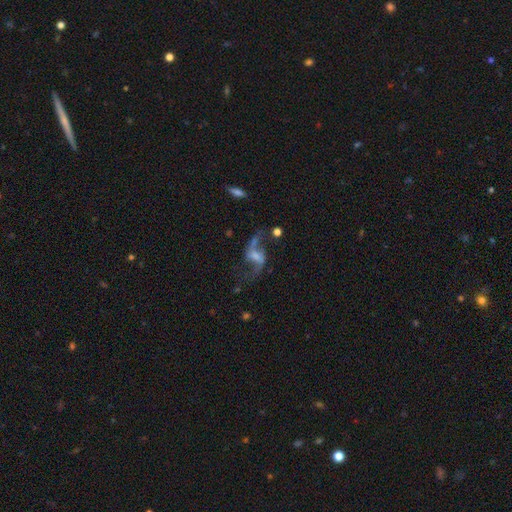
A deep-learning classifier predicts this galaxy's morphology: A featured or disk galaxy (85%) with a weak bar (47%), 2 (92%) loose (86%) spiral arms (94%) and a small central bulge (39%). Merging: none (66%).